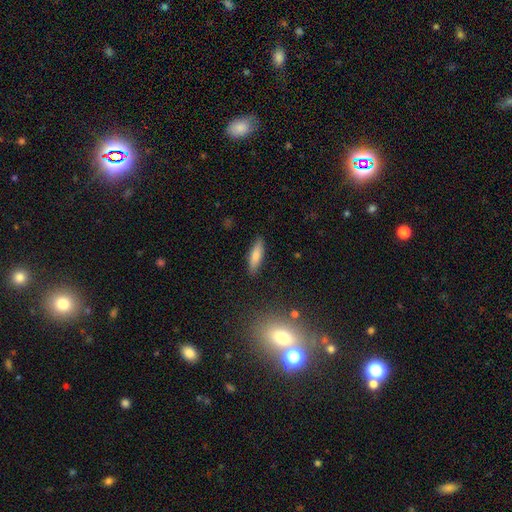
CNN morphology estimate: Smooth or featured: smooth — 79% (featured or disk — 13%)
How rounded: cigar-shaped — 54% (in between — 44%)
Merging: none — 87% (minor disturbance — 10%)